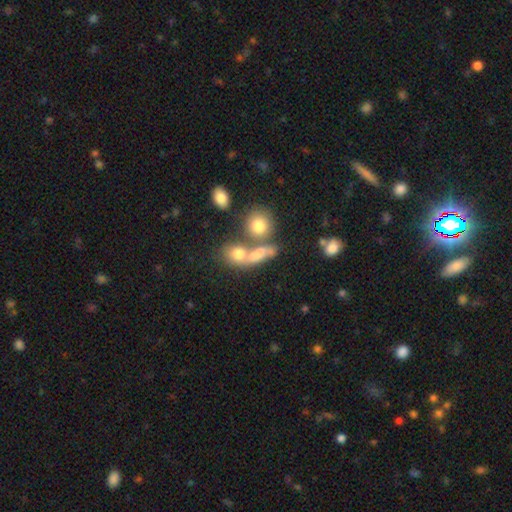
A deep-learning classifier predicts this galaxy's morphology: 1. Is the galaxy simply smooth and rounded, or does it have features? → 69% smooth, 18% featured or disk, 13% star or artifact.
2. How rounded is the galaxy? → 48% in between, 37% round, 15% cigar-shaped.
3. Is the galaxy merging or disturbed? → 45% merger, 35% none, 12% minor disturbance, 8% major disturbance.